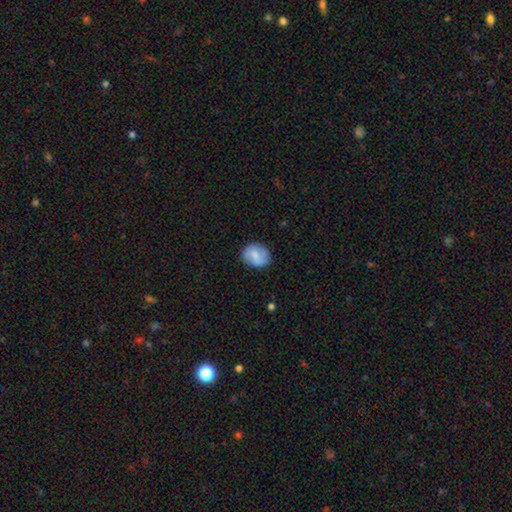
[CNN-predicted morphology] smooth_or_featured: smooth (p=0.71) [alt: featured or disk p=0.22]
how_rounded: round (p=0.67) [alt: in between p=0.32]
merging: none (p=0.80) [alt: minor disturbance p=0.14]